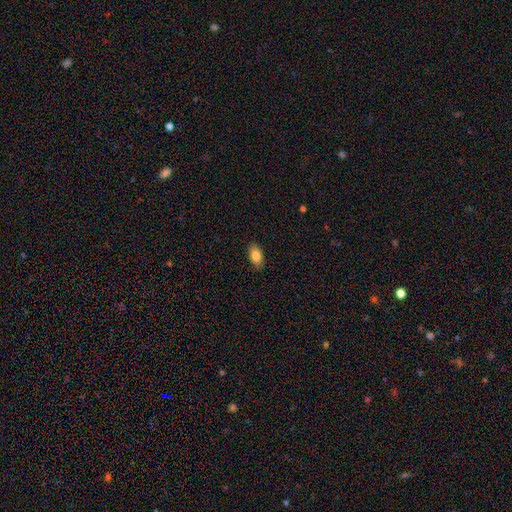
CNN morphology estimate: Smooth or featured? Predicted: smooth (p=0.84). How rounded? Predicted: in between (p=0.92). Merging? Predicted: none (p=0.89).